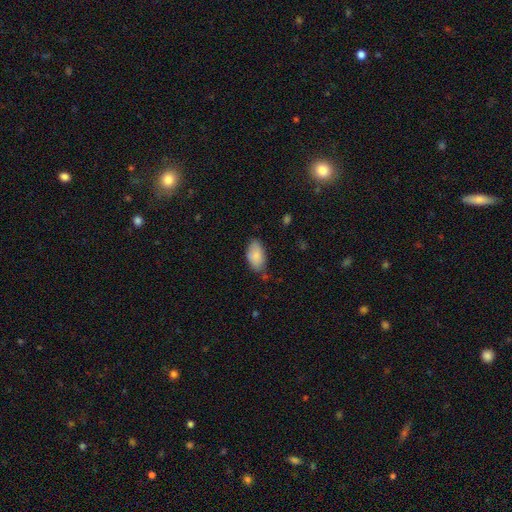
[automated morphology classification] Smooth or featured? Predicted: smooth (p=0.86). How rounded? Predicted: in between (p=0.94). Merging? Predicted: none (p=0.69).